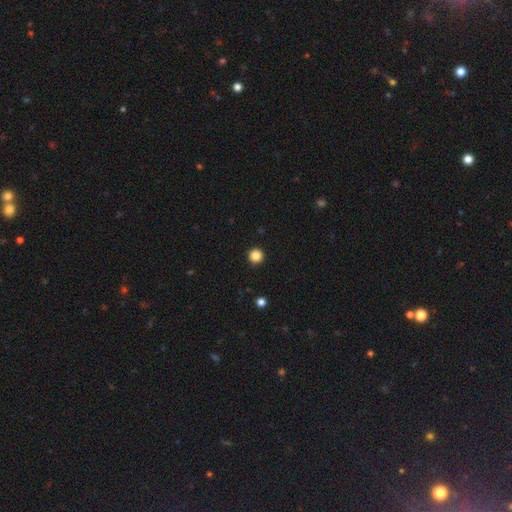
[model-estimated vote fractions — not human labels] Morphology: type=smooth (86%); roundness=round (97%); merging=none (94%).